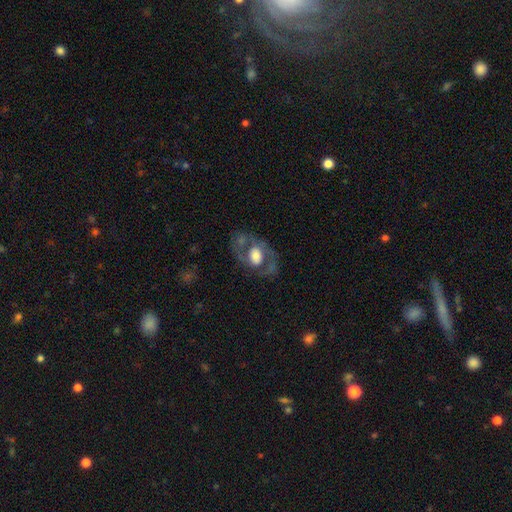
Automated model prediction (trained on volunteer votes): Smooth or featured? featured or disk (59%)
Edge-on disk? no (94%)
Bar? no (70%)
Spiral arms? no (57%)
Bulge size? large (51%)
Merging? none (59%)